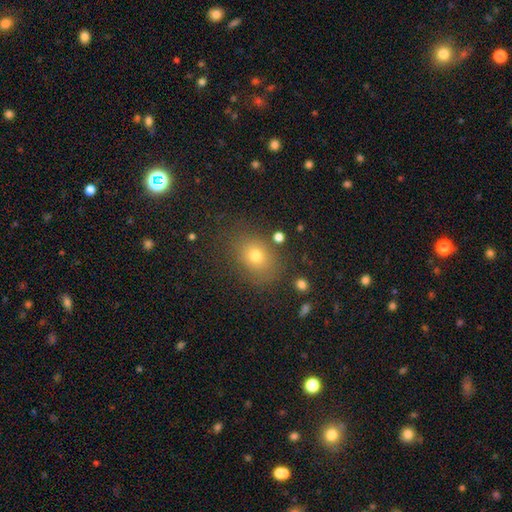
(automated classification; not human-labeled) Smooth or featured: smooth — 71% (star or artifact — 17%)
How rounded: round — 50% (in between — 49%)
Merging: none — 78% (minor disturbance — 13%)